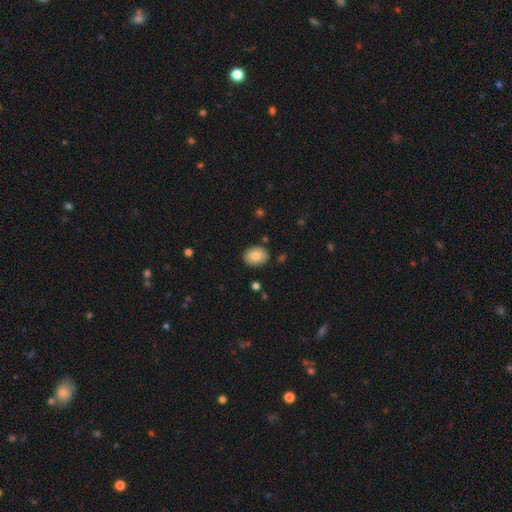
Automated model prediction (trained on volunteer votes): Overall: smooth (82%). How rounded: in between (60%; round 39%). Merging: none (86%).